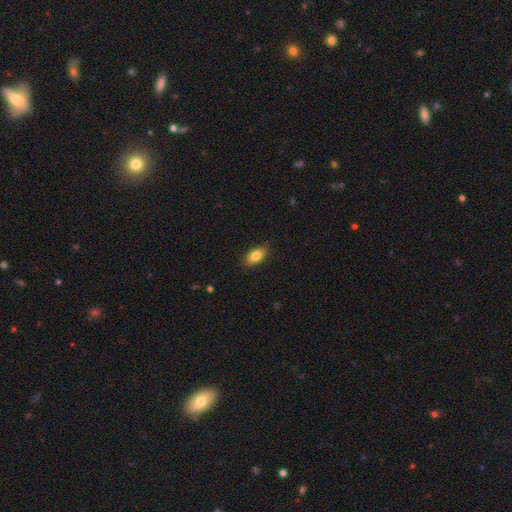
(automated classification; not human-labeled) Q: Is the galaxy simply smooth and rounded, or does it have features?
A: smooth — 82%.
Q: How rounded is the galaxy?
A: in between — 89%.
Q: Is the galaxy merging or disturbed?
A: none — 87%.